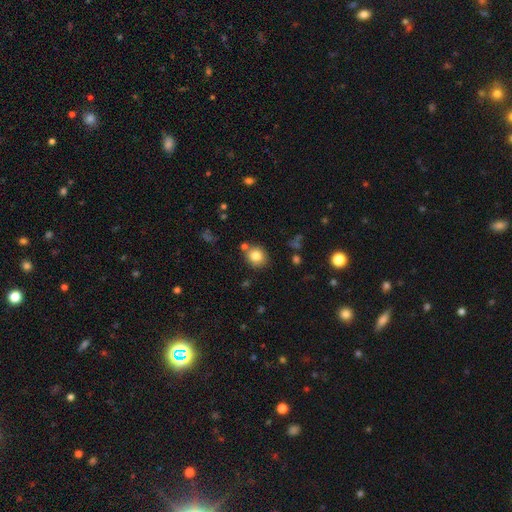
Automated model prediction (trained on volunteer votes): smooth-or-featured: smooth: 81% | star or artifact: 11% | featured or disk: 8%
  how-rounded: round: 83% | in between: 16% | cigar-shaped: 1%
  merging: none: 78% | minor disturbance: 10% | merger: 9% | major disturbance: 3%